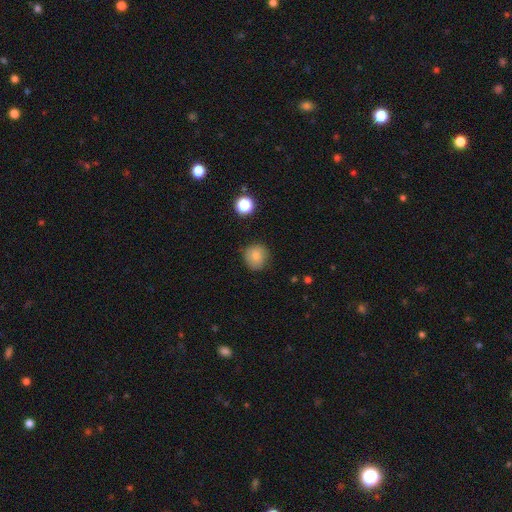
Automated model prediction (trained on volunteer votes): smooth_or_featured: smooth (p=0.81) [alt: star or artifact p=0.11]
how_rounded: round (p=0.89) [alt: in between p=0.10]
merging: none (p=0.80) [alt: minor disturbance p=0.15]